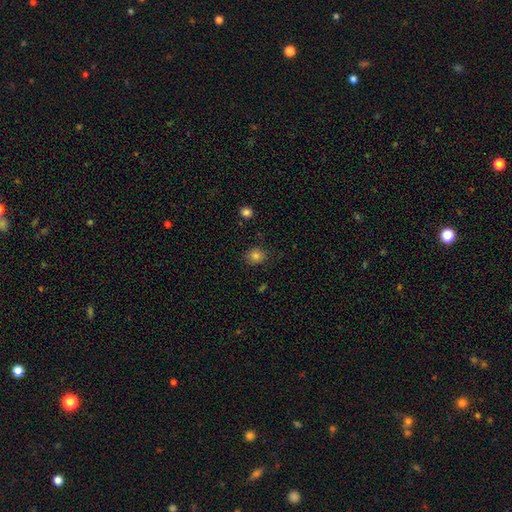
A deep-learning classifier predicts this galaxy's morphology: Overall: smooth (81%). How rounded: round (79%). Merging: none (85%).